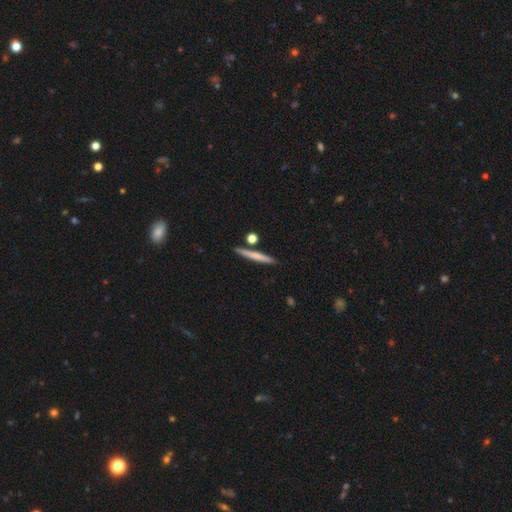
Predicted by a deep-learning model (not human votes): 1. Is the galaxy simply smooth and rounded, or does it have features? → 66% smooth, 28% featured or disk, 6% star or artifact.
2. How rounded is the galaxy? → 93% cigar-shaped, 4% in between, 2% round.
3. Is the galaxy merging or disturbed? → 82% none, 9% minor disturbance, 7% merger, 2% major disturbance.